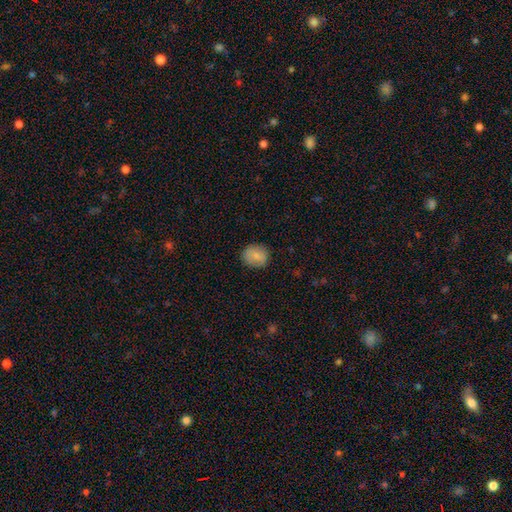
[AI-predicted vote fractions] This appears to be a smooth galaxy with no disk features (84%) that is round (73%). Merging: none (85%).